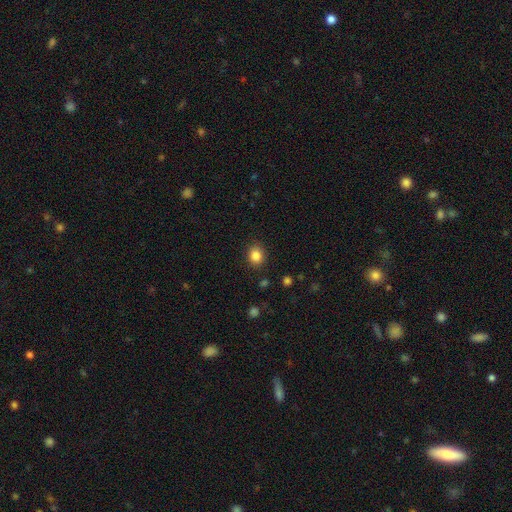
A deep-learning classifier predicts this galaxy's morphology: smooth 85%, star or artifact 10%, featured or disk 4%. Down the decision tree: how rounded — round (63%); merging — none (87%).